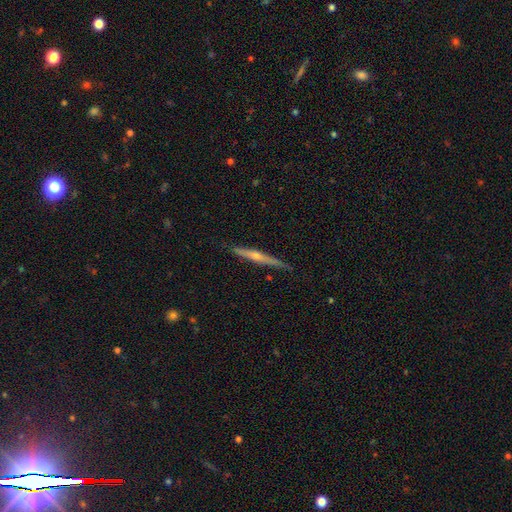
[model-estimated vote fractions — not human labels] Smooth or featured? Predicted: featured or disk (p=0.71). Edge-on disk? Predicted: yes (p=0.98). Edge-on bulge? Predicted: rounded (p=0.79). Merging? Predicted: none (p=0.87).